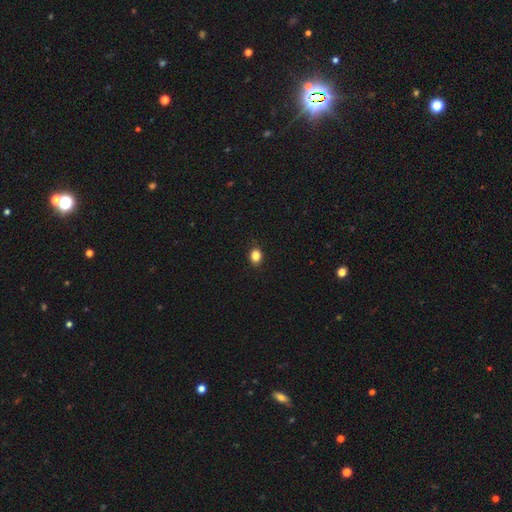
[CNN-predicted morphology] A smooth galaxy with no disk features (84%) that is in between round and cigar-shaped (52%). Merging: none (89%).